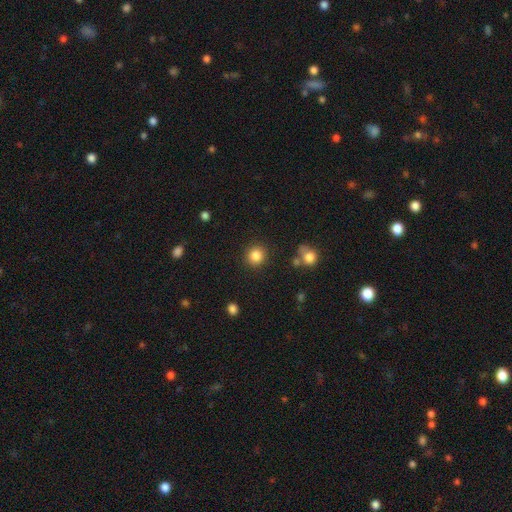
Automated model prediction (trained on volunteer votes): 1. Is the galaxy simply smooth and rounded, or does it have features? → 86% smooth, 10% star or artifact, 4% featured or disk.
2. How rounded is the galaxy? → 90% round, 9% in between, 1% cigar-shaped.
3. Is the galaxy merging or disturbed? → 88% none, 7% minor disturbance, 3% major disturbance, 3% merger.